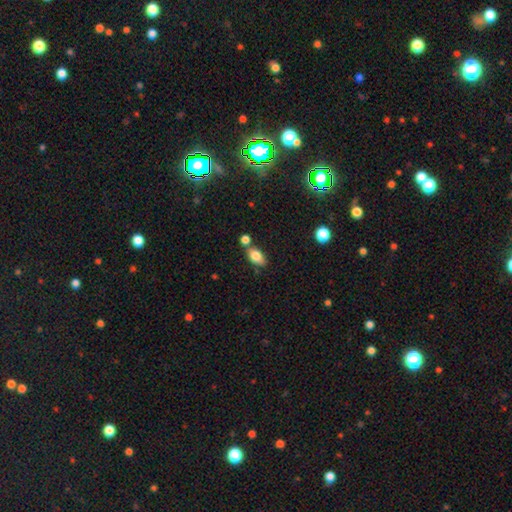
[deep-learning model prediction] Smooth or featured?
  - smooth: 80% *
  - featured or disk: 11%
  - star or artifact: 9%
How rounded?
  - in between: 87% *
  - round: 9%
  - cigar-shaped: 4%
Merging?
  - none: 63% *
  - merger: 19%
  - minor disturbance: 14%
  - major disturbance: 4%